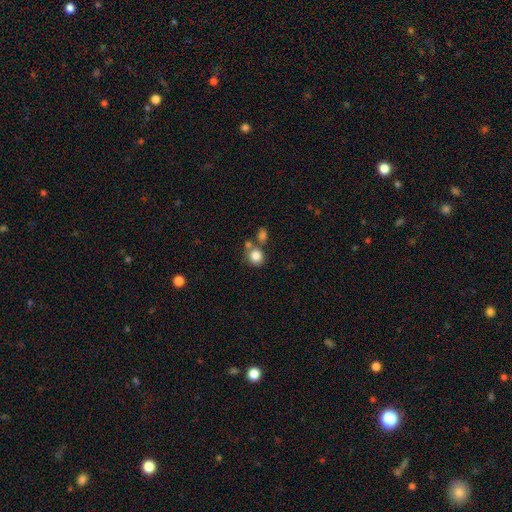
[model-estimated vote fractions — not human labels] This is clearly a smooth galaxy (84%). How rounded: clearly round (84%). Merging: possibly none (57%).